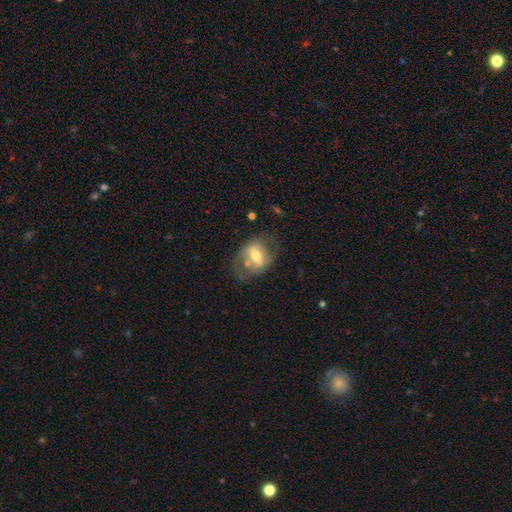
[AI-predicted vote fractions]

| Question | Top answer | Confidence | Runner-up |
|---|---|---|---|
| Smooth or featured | featured or disk | 55% | smooth (37%) |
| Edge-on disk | no | 91% | yes (9%) |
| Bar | strong | 41% | weak (35%) |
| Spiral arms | no | 61% | yes (39%) |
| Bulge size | moderate | 64% | small (22%) |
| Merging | none | 53% | minor disturbance (22%) |